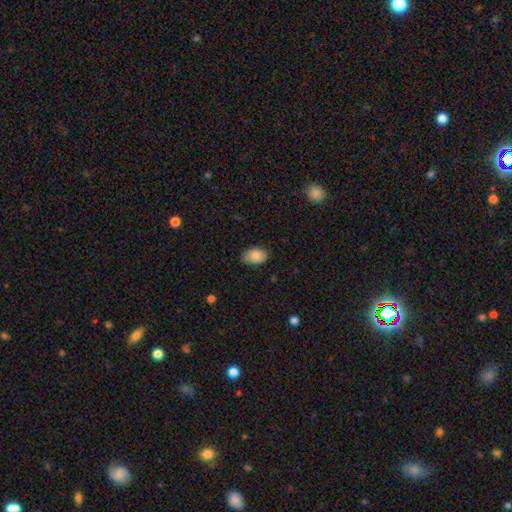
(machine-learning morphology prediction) Smooth or featured: smooth — 84% (featured or disk — 9%)
How rounded: in between — 87% (round — 11%)
Merging: none — 76% (minor disturbance — 20%)